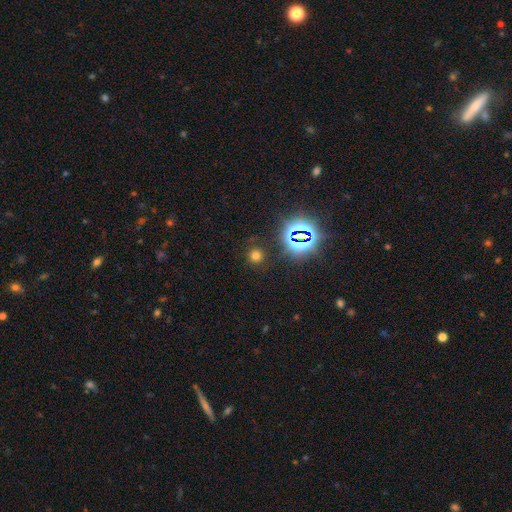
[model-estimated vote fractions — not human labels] A smooth galaxy with no disk features (64%) that is round (92%). Merging: none (88%).